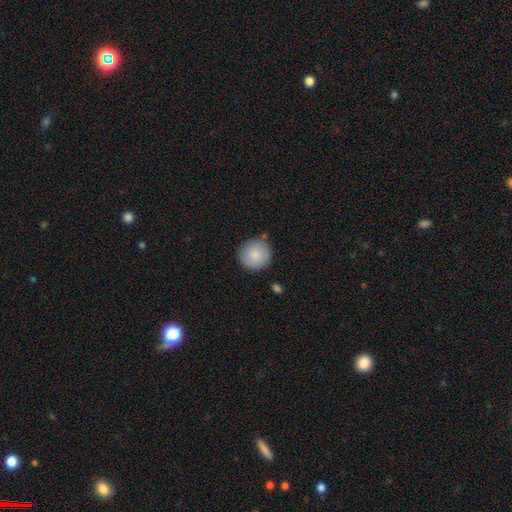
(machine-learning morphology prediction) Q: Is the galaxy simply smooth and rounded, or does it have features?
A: smooth — 86%.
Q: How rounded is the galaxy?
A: round — 93%.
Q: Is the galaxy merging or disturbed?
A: none — 83%.